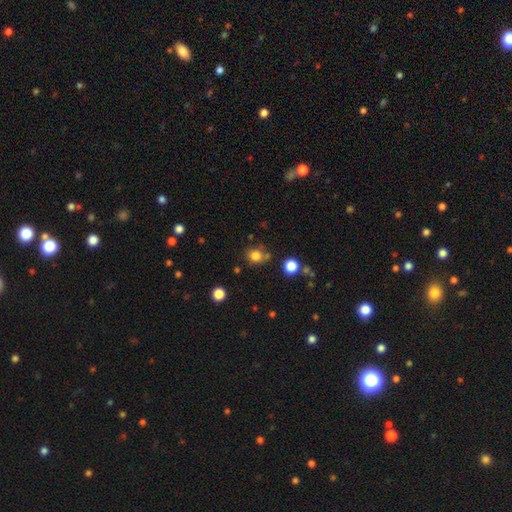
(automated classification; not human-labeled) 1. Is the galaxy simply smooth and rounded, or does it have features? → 80% smooth, 14% star or artifact, 6% featured or disk.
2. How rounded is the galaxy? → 77% round, 23% in between, 1% cigar-shaped.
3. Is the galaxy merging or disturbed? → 68% none, 15% minor disturbance, 12% merger, 5% major disturbance.